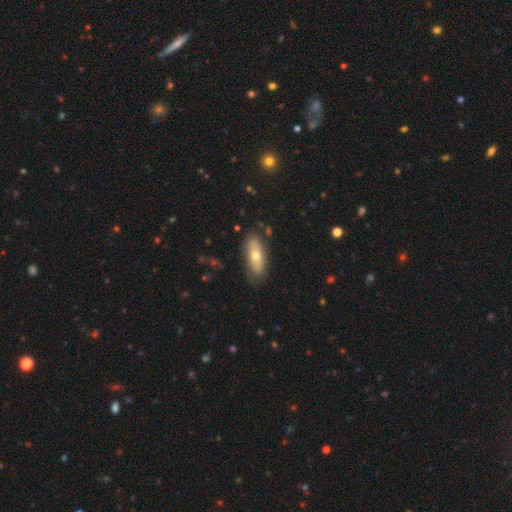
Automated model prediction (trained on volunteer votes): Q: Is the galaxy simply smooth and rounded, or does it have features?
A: smooth — 62%.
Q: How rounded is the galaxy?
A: in between — 77%.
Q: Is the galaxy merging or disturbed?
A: none — 79%.